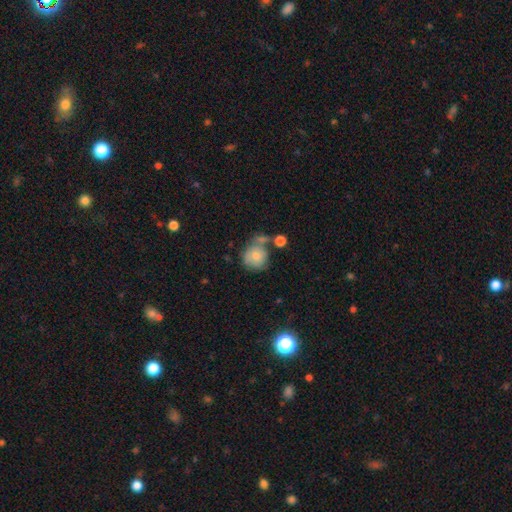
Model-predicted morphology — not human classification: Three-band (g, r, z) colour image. It shows a smooth galaxy with no disk features (70%) that is round (85%). Merging: none (44%).